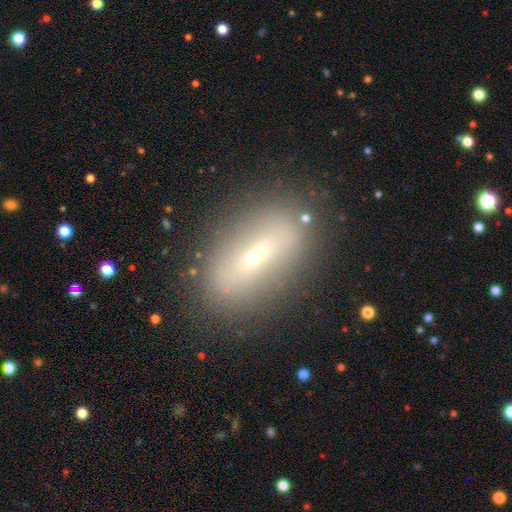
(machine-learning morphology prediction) smooth-or-featured: smooth: 45% | featured or disk: 42% | star or artifact: 13%
  merging: none: 81% | minor disturbance: 12% | major disturbance: 5% | merger: 2%